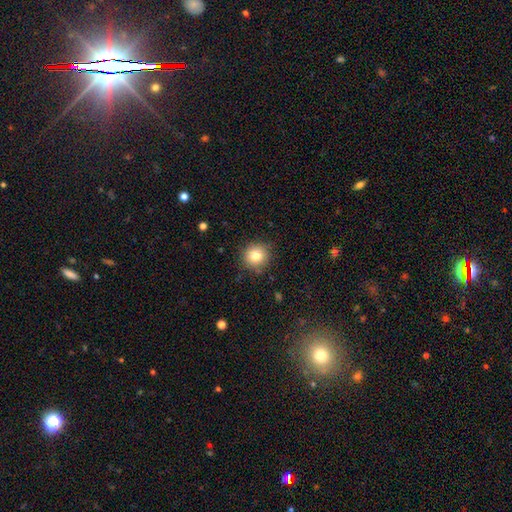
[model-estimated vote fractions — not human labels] smooth-or-featured: smooth: 80% | star or artifact: 11% | featured or disk: 9%
  how-rounded: round: 93% | in between: 6% | cigar-shaped: 1%
  merging: none: 87% | minor disturbance: 9% | major disturbance: 2% | merger: 1%